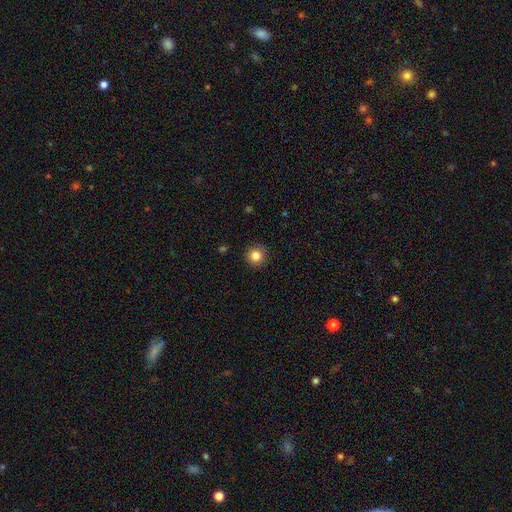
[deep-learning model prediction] Q: Smooth or featured?
A: smooth (84%); runner-up: star or artifact (11%)
Q: How rounded?
A: round (94%); runner-up: in between (5%)
Q: Merging?
A: none (91%); runner-up: minor disturbance (6%)